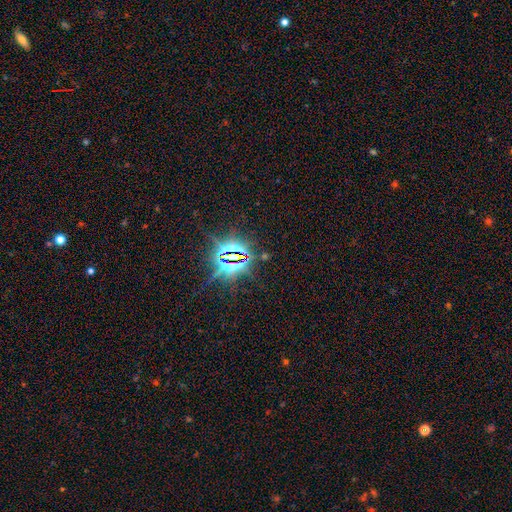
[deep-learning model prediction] Morphology: type=star or artifact (85%).